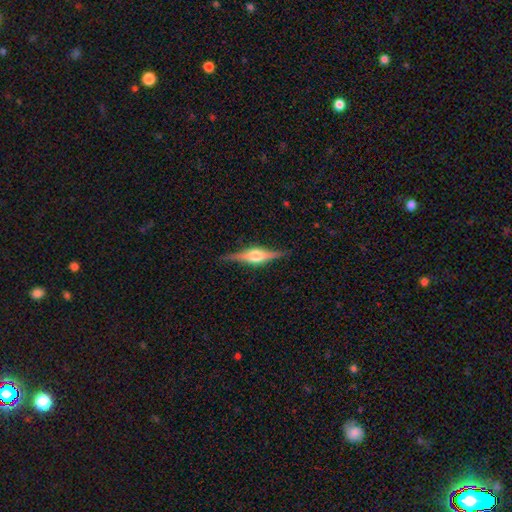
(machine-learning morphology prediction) A featured or disk galaxy (78%) viewed edge-on (98%) with a rounded central bulge (91%). Merging: none (88%).